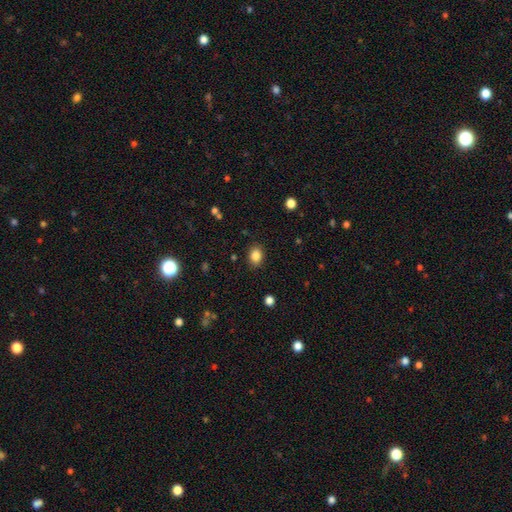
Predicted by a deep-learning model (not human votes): smooth 85%, star or artifact 10%, featured or disk 5%. Down the decision tree: how rounded — in between (63%); merging — none (87%).